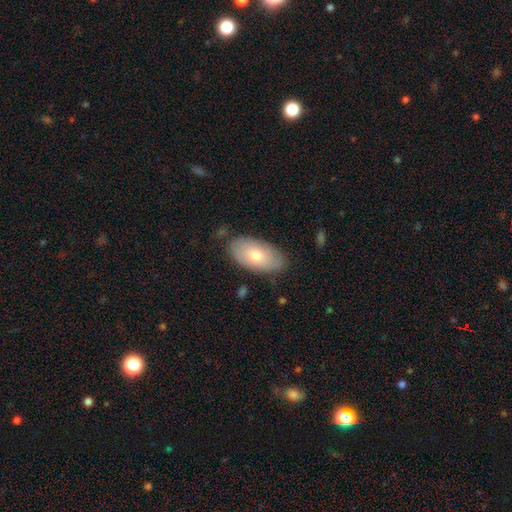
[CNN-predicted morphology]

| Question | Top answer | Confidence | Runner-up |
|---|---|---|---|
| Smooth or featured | smooth | 68% | featured or disk (26%) |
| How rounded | in between | 95% | round (3%) |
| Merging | none | 79% | minor disturbance (16%) |